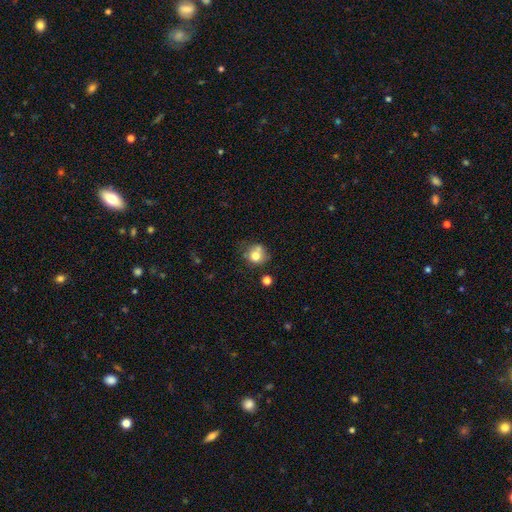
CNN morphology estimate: smooth-or-featured: smooth: 72% | featured or disk: 16% | star or artifact: 12%
  how-rounded: round: 79% | in between: 20% | cigar-shaped: 1%
  merging: none: 51% | merger: 21% | minor disturbance: 20% | major disturbance: 8%